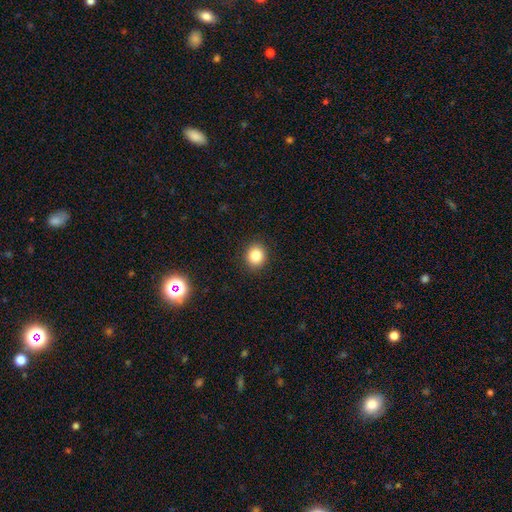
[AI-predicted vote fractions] Smooth or featured? Predicted: smooth (p=0.84). How rounded? Predicted: round (p=0.83). Merging? Predicted: none (p=0.91).